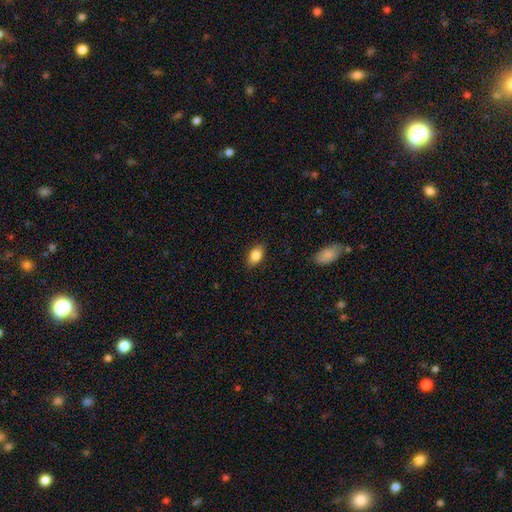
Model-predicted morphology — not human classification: type=smooth (85%); roundness=in between (88%); merging=none (87%).